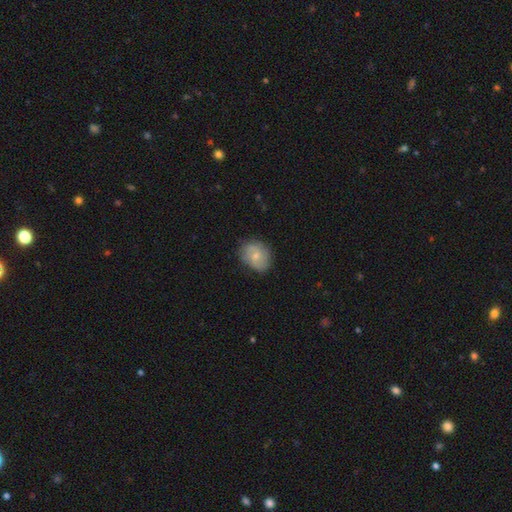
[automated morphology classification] Q: Smooth or featured?
A: smooth (52%); runner-up: featured or disk (41%)
Q: How rounded?
A: round (55%); runner-up: in between (44%)
Q: Merging?
A: none (71%); runner-up: minor disturbance (22%)